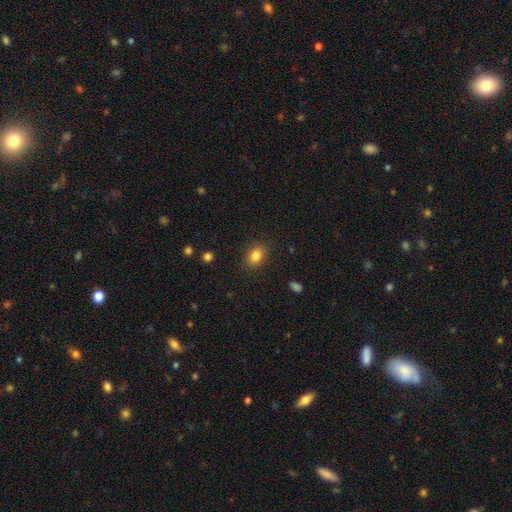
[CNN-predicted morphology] This is clearly a smooth galaxy (84%). How rounded: likely in between (70%). Merging: clearly none (86%).